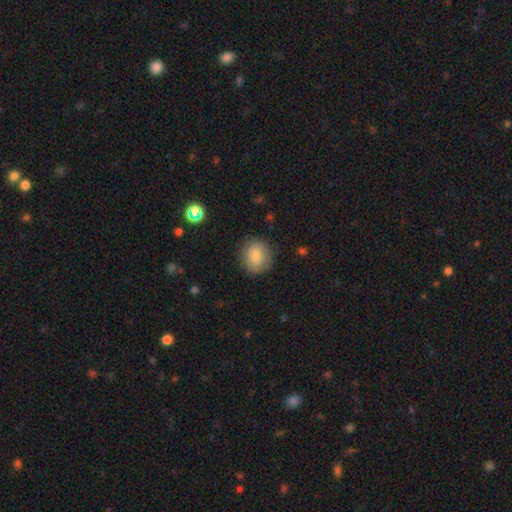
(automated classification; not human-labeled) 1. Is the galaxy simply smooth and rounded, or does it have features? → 82% smooth, 9% featured or disk, 8% star or artifact.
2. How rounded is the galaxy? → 78% round, 21% in between, 1% cigar-shaped.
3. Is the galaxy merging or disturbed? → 85% none, 11% minor disturbance, 3% major disturbance, 1% merger.